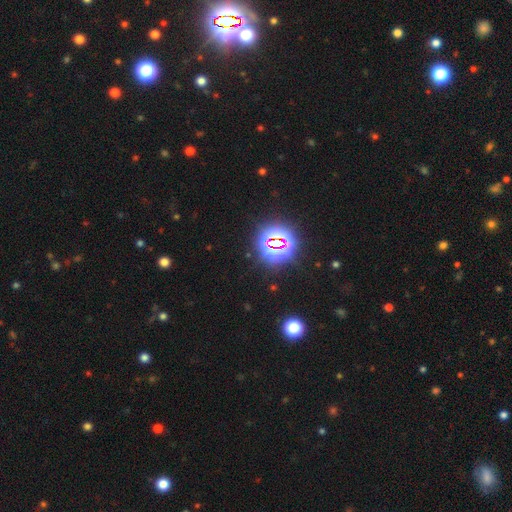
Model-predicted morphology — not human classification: Smooth or featured: star or artifact — 80% (smooth — 13%)